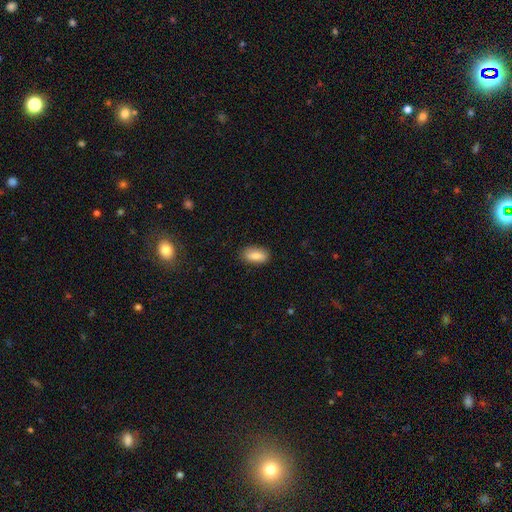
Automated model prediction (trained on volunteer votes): smooth-or-featured: smooth: 84% | featured or disk: 10% | star or artifact: 7%
  how-rounded: in between: 87% | cigar-shaped: 9% | round: 3%
  merging: none: 85% | minor disturbance: 11% | major disturbance: 2% | merger: 1%